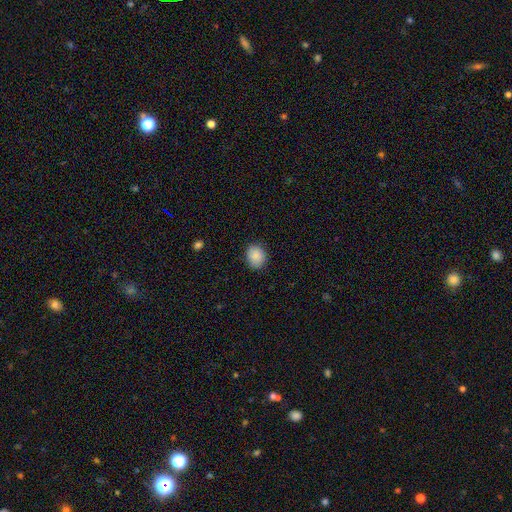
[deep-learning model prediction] Smooth or featured? Predicted: smooth (p=0.89). How rounded? Predicted: round (p=0.58). Merging? Predicted: none (p=0.85).